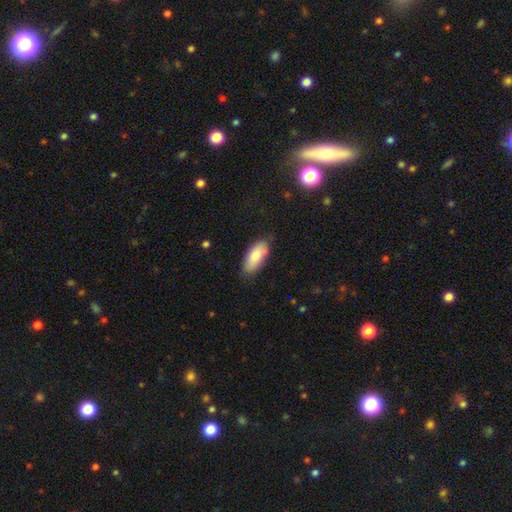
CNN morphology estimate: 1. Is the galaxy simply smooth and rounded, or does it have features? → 81% smooth, 12% featured or disk, 6% star or artifact.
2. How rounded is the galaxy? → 88% in between, 10% cigar-shaped, 2% round.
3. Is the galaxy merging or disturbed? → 78% none, 17% minor disturbance, 3% major disturbance, 2% merger.